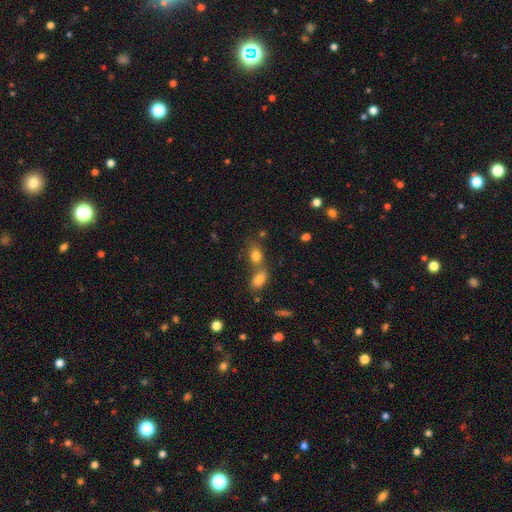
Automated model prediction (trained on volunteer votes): Smooth or featured?
  - smooth: 80% *
  - star or artifact: 11%
  - featured or disk: 9%
How rounded?
  - in between: 74% *
  - round: 23%
  - cigar-shaped: 3%
Merging?
  - merger: 44% *
  - none: 43%
  - minor disturbance: 10%
  - major disturbance: 4%